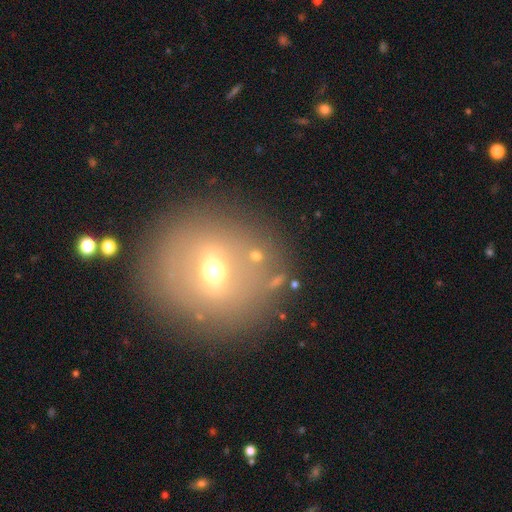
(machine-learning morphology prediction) Smooth or featured? featured or disk (51%)
Edge-on disk? no (64%)
Merging? none (79%)